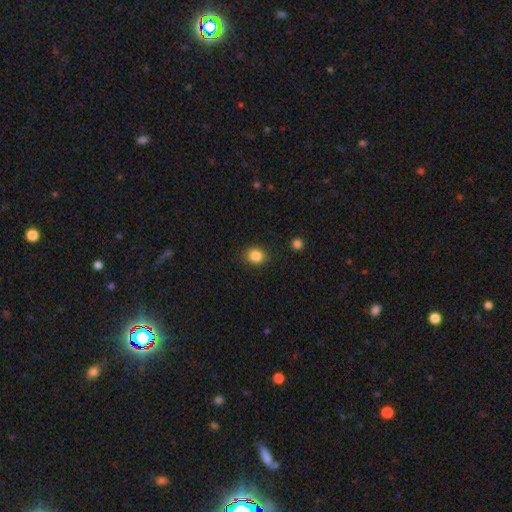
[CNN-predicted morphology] Smooth or featured?
  - smooth: 85% *
  - star or artifact: 10%
  - featured or disk: 4%
How rounded?
  - round: 68% *
  - in between: 31%
  - cigar-shaped: 1%
Merging?
  - none: 87% *
  - minor disturbance: 9%
  - major disturbance: 2%
  - merger: 1%